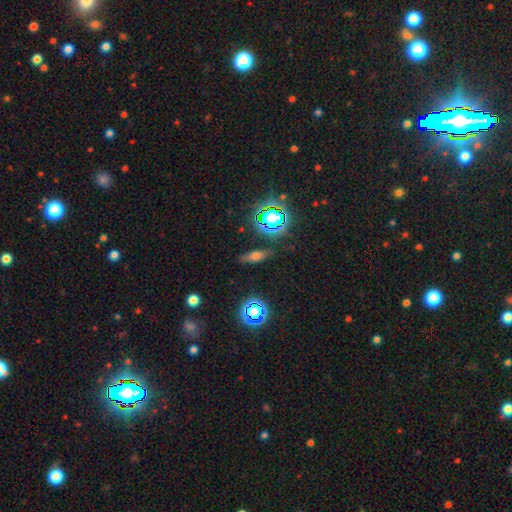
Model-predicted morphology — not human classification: Smooth or featured? Predicted: smooth (p=0.52). How rounded? Predicted: in between (p=0.49). Merging? Predicted: none (p=0.81).